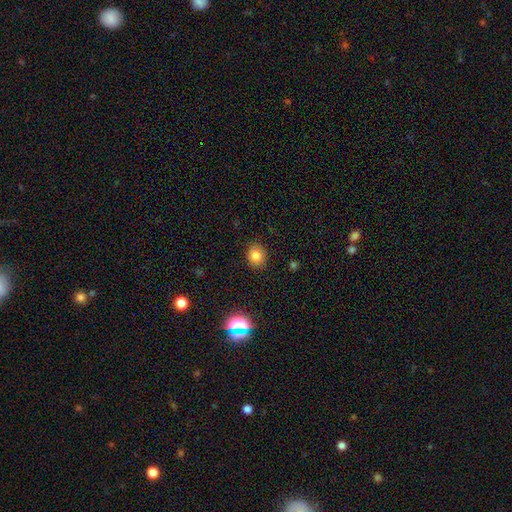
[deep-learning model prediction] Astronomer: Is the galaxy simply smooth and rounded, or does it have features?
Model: smooth — 81%.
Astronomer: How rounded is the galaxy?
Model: round — 68%.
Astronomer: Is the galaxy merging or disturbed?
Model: none — 88%.